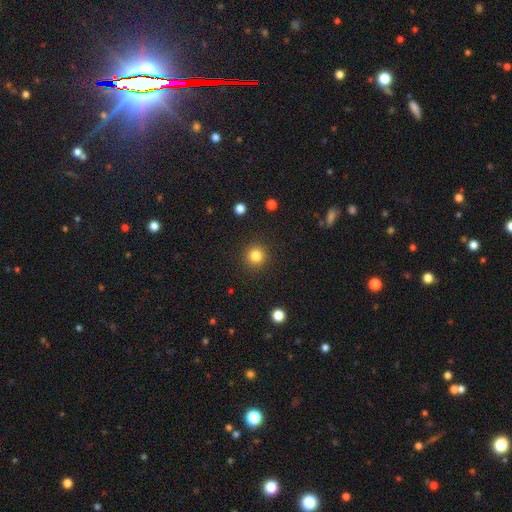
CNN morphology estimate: Smooth or featured? smooth (83%)
How rounded? round (94%)
Merging? none (91%)